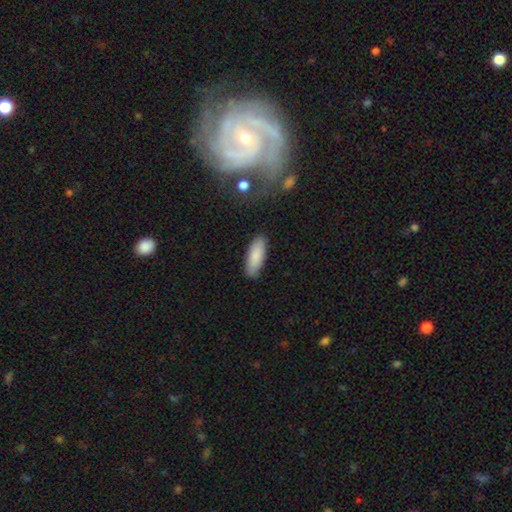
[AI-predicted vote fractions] This is clearly a smooth galaxy (87%). How rounded: likely in between (69%). Merging: clearly none (87%).